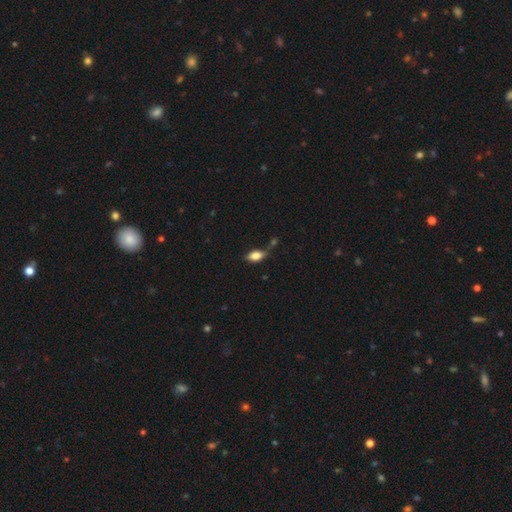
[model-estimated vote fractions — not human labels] A smooth galaxy with no disk features (80%) that is in between round and cigar-shaped (88%).

Vote fractions:
- Smooth or featured? smooth: 80% / featured or disk: 11% / star or artifact: 8%
- How rounded? in between: 88% / cigar-shaped: 7% / round: 5%
- Merging? none: 59% / minor disturbance: 24% / merger: 10% / major disturbance: 6%